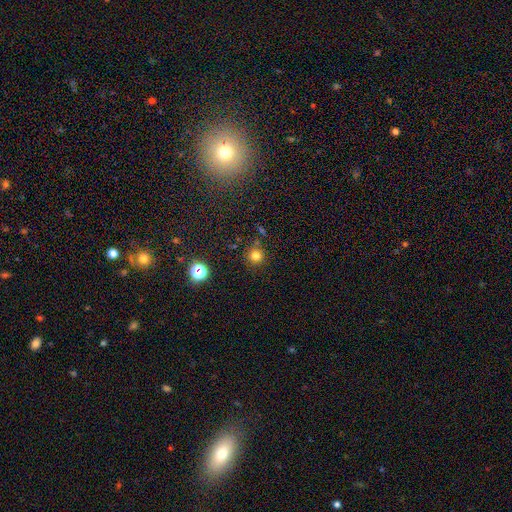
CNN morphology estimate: This is likely a smooth galaxy (77%). How rounded: clearly round (94%). Merging: clearly none (84%).